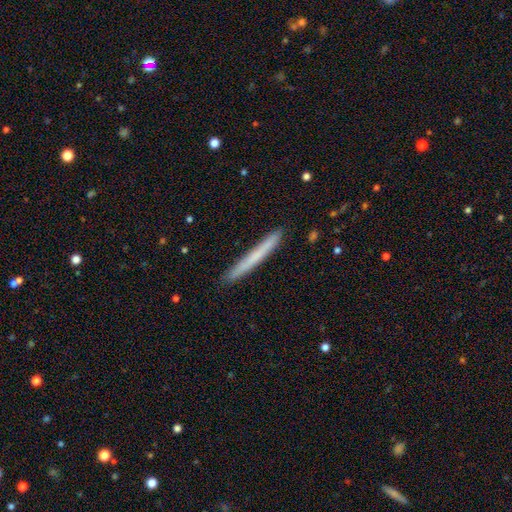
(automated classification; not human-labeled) smooth 63%, featured or disk 30%, star or artifact 6%. Down the decision tree: how rounded — cigar-shaped (97%); merging — none (91%).